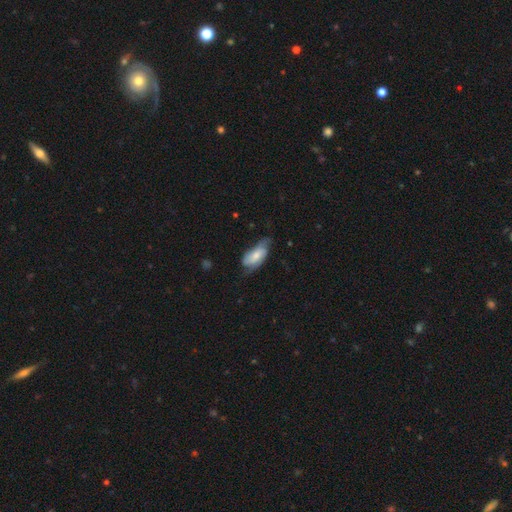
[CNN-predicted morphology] Smooth or featured? Predicted: featured or disk (p=0.51). Edge-on disk? Predicted: no (p=0.90). Merging? Predicted: none (p=0.55).